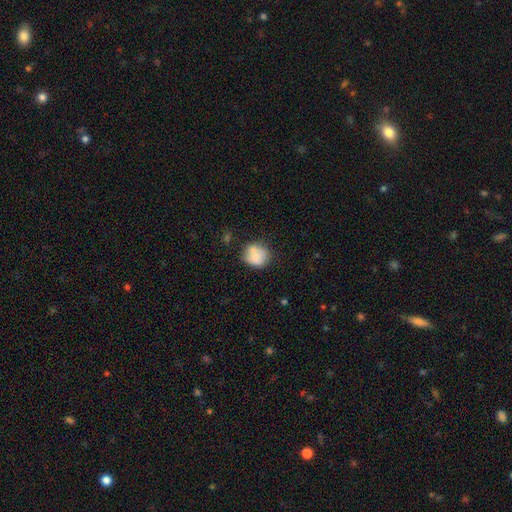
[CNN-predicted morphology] Q: Smooth or featured?
A: smooth (73%); runner-up: featured or disk (18%)
Q: How rounded?
A: round (76%); runner-up: in between (23%)
Q: Merging?
A: none (51%); runner-up: merger (24%)